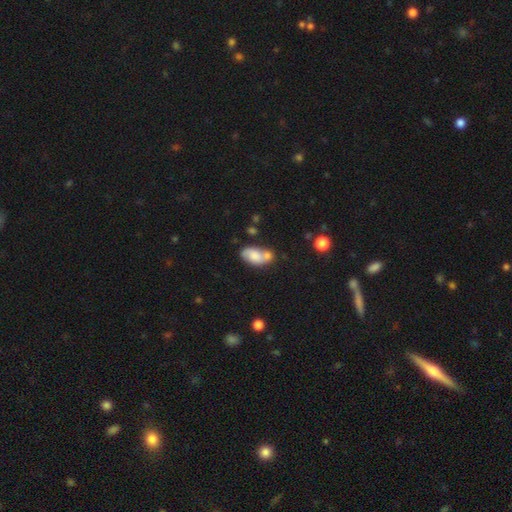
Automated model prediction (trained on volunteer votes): smooth-or-featured: smooth: 59% | featured or disk: 33% | star or artifact: 8%
  how-rounded: in between: 89% | round: 7% | cigar-shaped: 4%
  merging: merger: 44% | none: 34% | minor disturbance: 16% | major disturbance: 7%